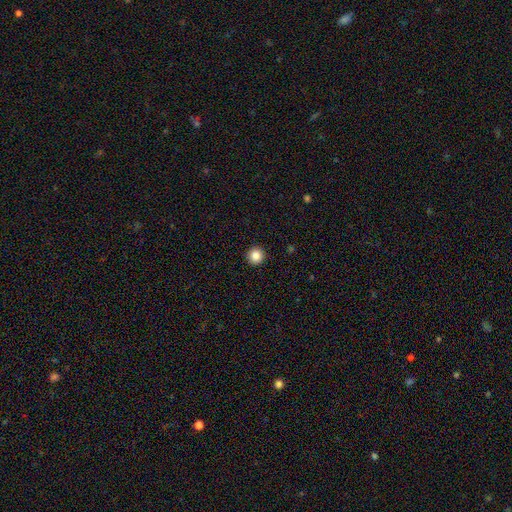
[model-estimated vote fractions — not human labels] A smooth galaxy with no disk features (85%) that is round (96%). Merging: none (94%).